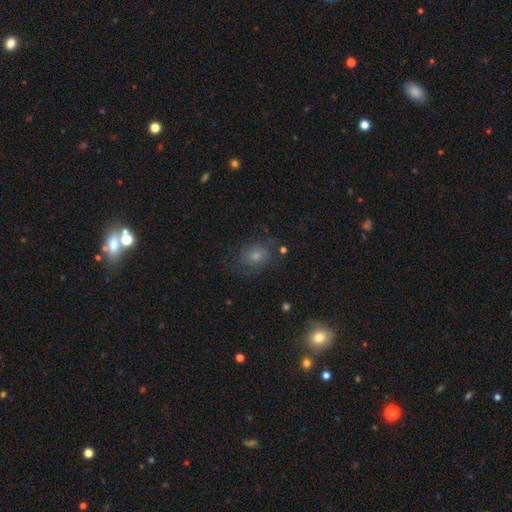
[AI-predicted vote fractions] smooth-or-featured: featured or disk: 50% | smooth: 28% | star or artifact: 22%
  merging: none: 73% | minor disturbance: 15% | major disturbance: 9% | merger: 2%